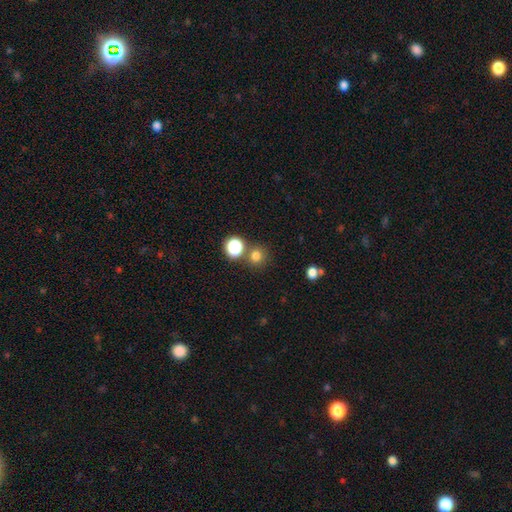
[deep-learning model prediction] Smooth or featured?
  - smooth: 75% *
  - star or artifact: 19%
  - featured or disk: 6%
How rounded?
  - round: 87% *
  - in between: 12%
  - cigar-shaped: 1%
Merging?
  - none: 72% *
  - merger: 16%
  - minor disturbance: 9%
  - major disturbance: 4%